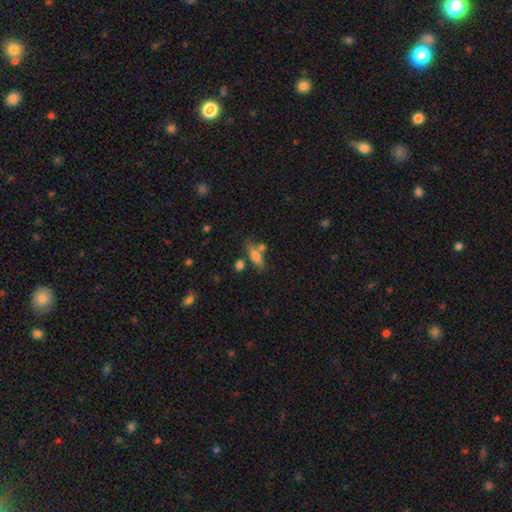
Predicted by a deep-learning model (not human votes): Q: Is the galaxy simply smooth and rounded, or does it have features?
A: smooth — 69%.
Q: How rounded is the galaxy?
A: in between — 61%.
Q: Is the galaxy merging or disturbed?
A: none — 57%.